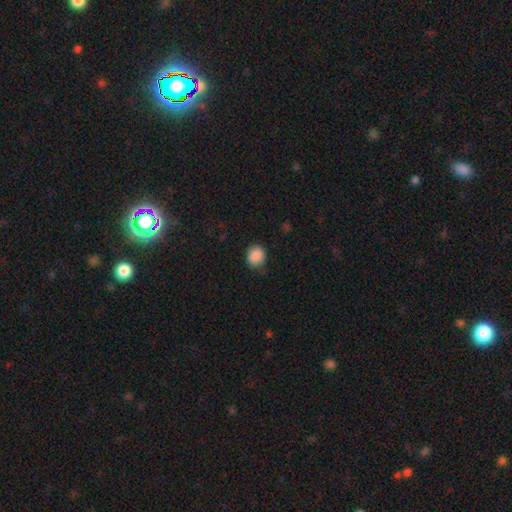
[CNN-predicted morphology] type=smooth (89%); roundness=round (71%); merging=none (77%).